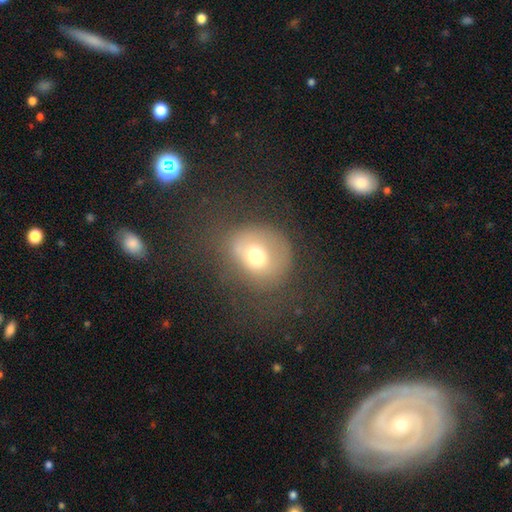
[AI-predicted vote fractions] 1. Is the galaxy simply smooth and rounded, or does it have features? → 64% smooth, 23% featured or disk, 13% star or artifact.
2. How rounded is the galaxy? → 70% round, 29% in between, 1% cigar-shaped.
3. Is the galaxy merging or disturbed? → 53% none, 23% major disturbance, 21% minor disturbance, 2% merger.